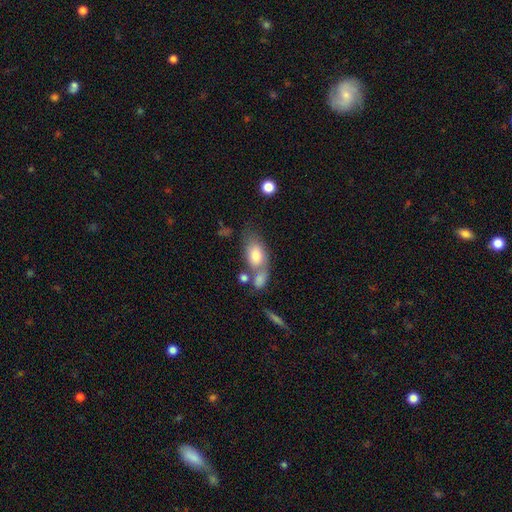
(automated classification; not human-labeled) A smooth galaxy with no disk features (72%) that is in between round and cigar-shaped (88%).

Vote fractions:
- Smooth or featured? smooth: 72% / featured or disk: 21% / star or artifact: 7%
- How rounded? in between: 88% / round: 7% / cigar-shaped: 6%
- Merging? none: 37% / merger: 33% / minor disturbance: 18% / major disturbance: 11%